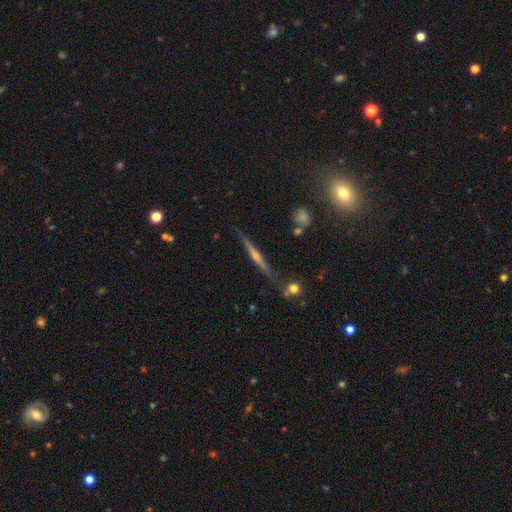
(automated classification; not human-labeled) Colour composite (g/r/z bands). It shows a featured or disk galaxy (74%) viewed edge-on (97%) with a rounded central bulge (72%). Merging: none (85%).